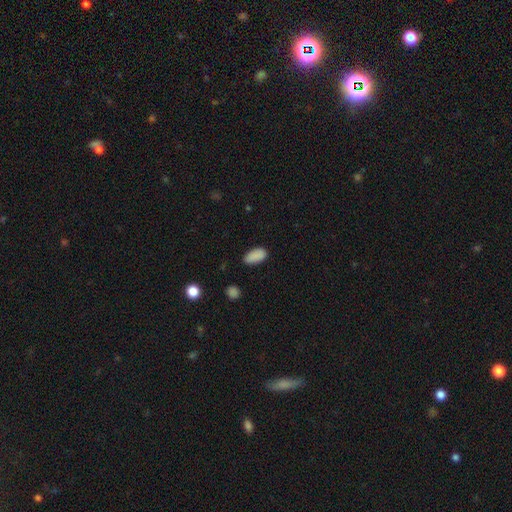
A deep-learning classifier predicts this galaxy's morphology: A smooth galaxy with no disk features (88%) that is in between round and cigar-shaped (92%). Merging: none (82%).